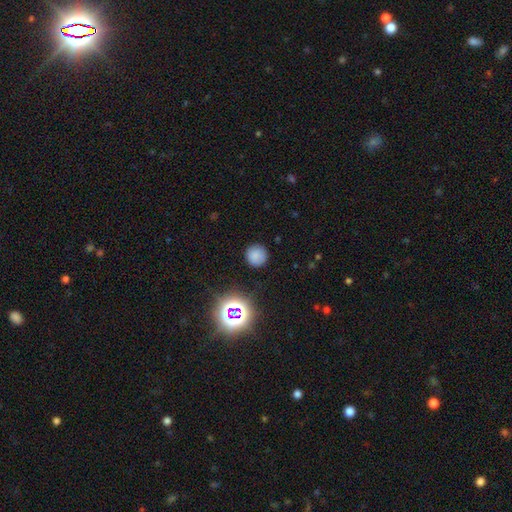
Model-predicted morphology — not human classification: A smooth galaxy with no disk features (75%) that is round (94%). Merging: none (86%).